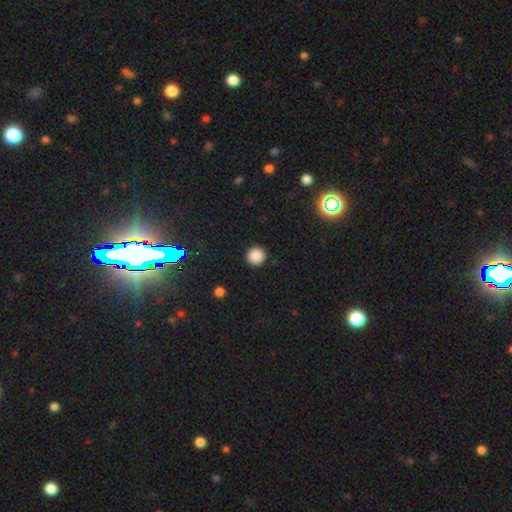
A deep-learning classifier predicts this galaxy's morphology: smooth_or_featured: smooth (p=0.86) [alt: star or artifact p=0.11]
how_rounded: round (p=0.95) [alt: in between p=0.04]
merging: none (p=0.92) [alt: minor disturbance p=0.05]